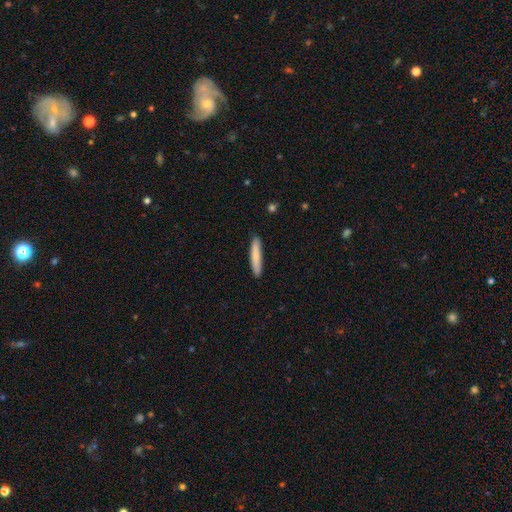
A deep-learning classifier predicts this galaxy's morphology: The model was most divided on "smooth or featured": smooth: 79%, featured or disk: 15%, star or artifact: 6%. More confident: how rounded — cigar-shaped (93%); merging — none (89%).